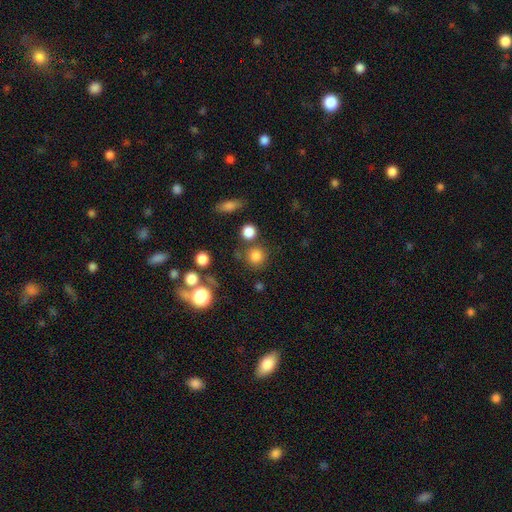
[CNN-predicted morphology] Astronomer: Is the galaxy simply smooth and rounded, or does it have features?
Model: smooth — 80%.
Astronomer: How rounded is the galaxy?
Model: round — 92%.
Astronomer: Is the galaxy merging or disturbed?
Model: none — 77%.